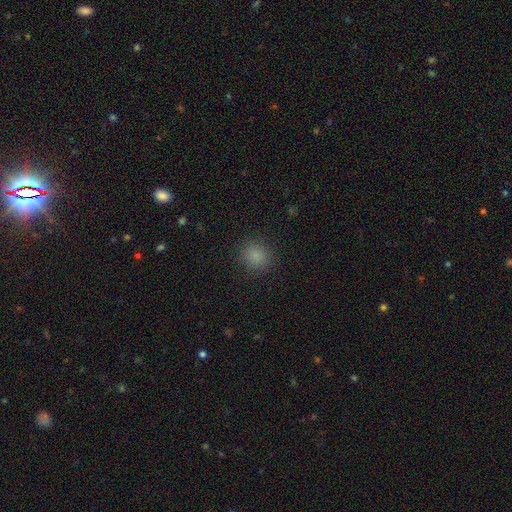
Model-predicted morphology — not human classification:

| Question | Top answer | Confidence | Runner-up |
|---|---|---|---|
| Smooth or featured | smooth | 83% | star or artifact (13%) |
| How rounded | round | 85% | in between (14%) |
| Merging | none | 89% | minor disturbance (7%) |